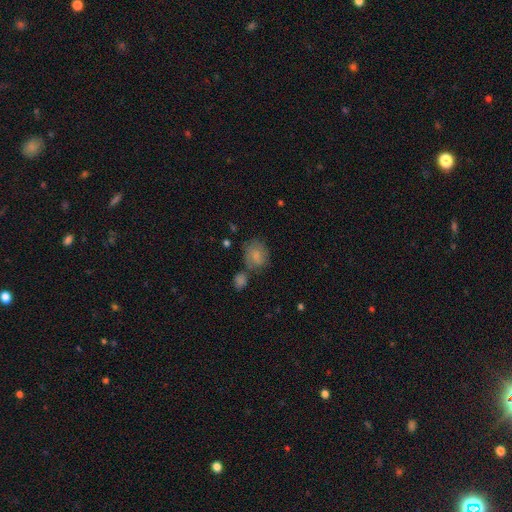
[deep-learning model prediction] smooth_or_featured: smooth (p=0.75) [alt: featured or disk p=0.16]
how_rounded: round (p=0.56) [alt: in between p=0.42]
merging: none (p=0.52) [alt: minor disturbance p=0.20]